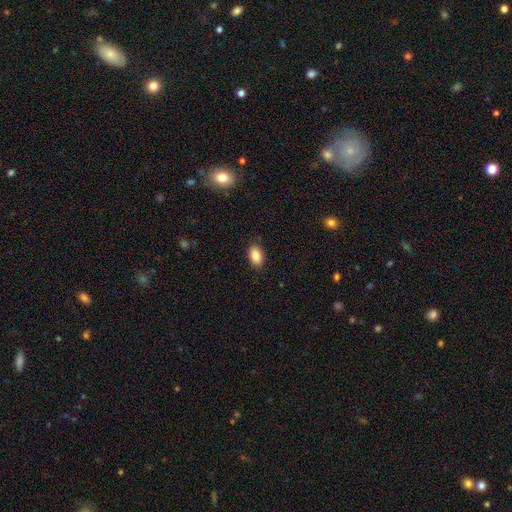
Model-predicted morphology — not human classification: This is clearly a smooth galaxy (86%). How rounded: clearly in between (91%). Merging: clearly none (87%).